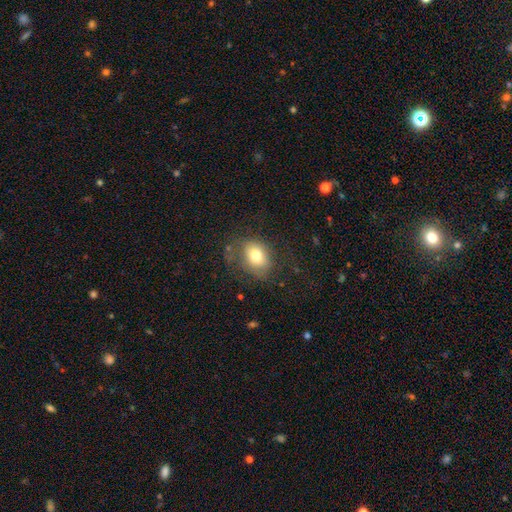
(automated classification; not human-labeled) Smooth or featured: smooth — 74% (featured or disk — 16%)
How rounded: in between — 61% (round — 38%)
Merging: none — 65% (minor disturbance — 20%)